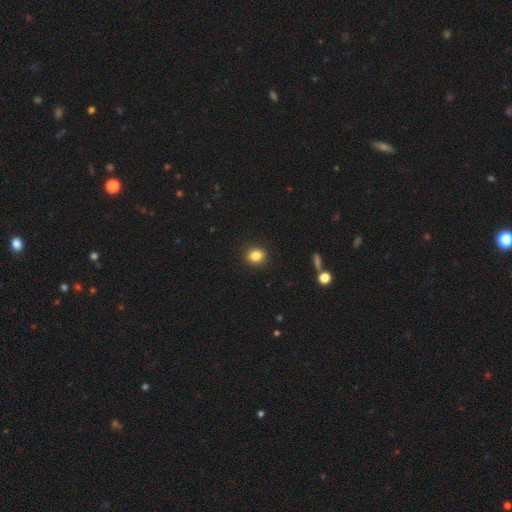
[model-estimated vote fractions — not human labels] smooth 85%, star or artifact 10%, featured or disk 5%. Down the decision tree: how rounded — round (62%); merging — none (91%).